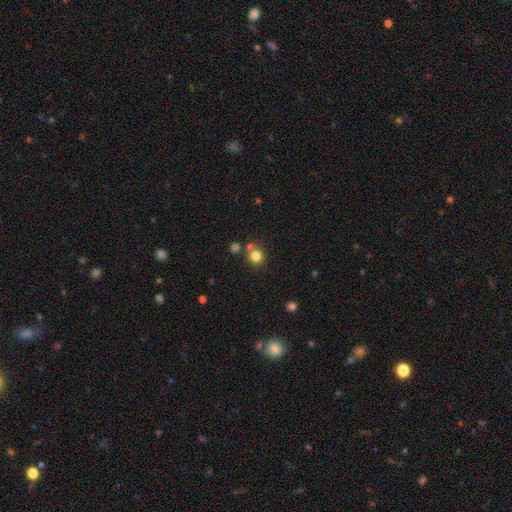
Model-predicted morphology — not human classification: Q: Smooth or featured?
A: smooth (80%); runner-up: star or artifact (13%)
Q: How rounded?
A: round (87%); runner-up: in between (12%)
Q: Merging?
A: none (66%); runner-up: merger (21%)